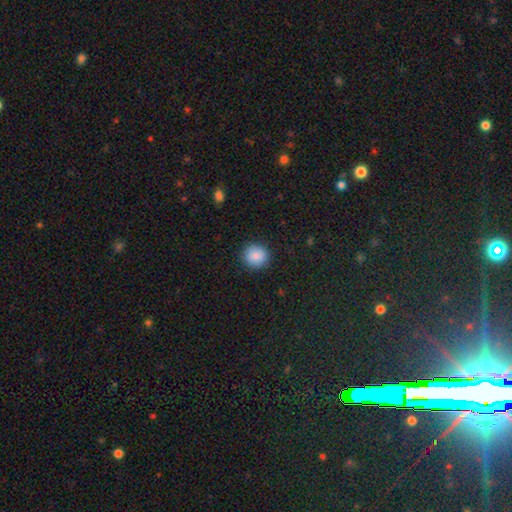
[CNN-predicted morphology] smooth 86%, star or artifact 9%, featured or disk 5%. Down the decision tree: how rounded — round (92%); merging — none (90%).